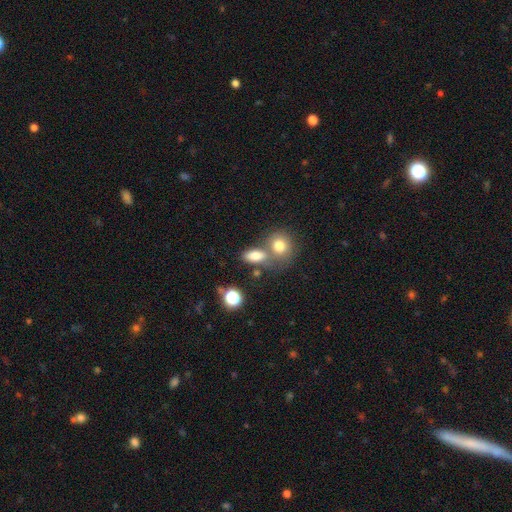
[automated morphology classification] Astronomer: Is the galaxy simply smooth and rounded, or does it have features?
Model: smooth — 79%.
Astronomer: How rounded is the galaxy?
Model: in between — 79%.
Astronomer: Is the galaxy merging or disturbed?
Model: none — 47% (runner-up: merger, 37%).